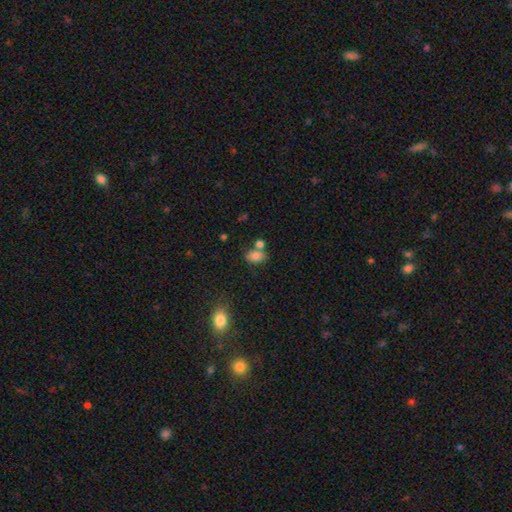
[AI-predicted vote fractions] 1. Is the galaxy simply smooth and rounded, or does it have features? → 79% smooth, 10% star or artifact, 10% featured or disk.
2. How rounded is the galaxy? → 81% in between, 17% round, 2% cigar-shaped.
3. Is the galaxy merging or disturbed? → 58% none, 25% merger, 14% minor disturbance, 4% major disturbance.